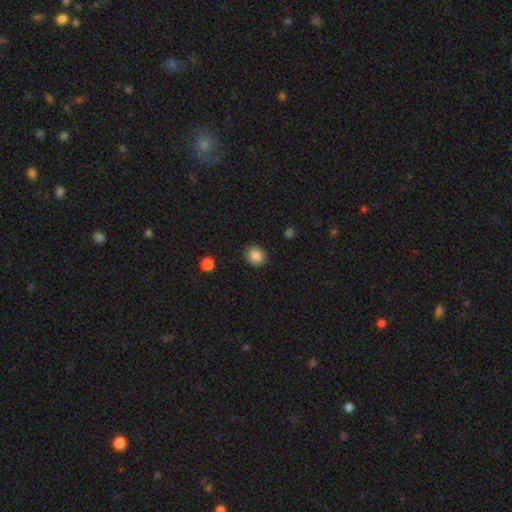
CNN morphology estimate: smooth 86%, star or artifact 9%, featured or disk 5%. Down the decision tree: how rounded — round (59%); merging — none (86%).